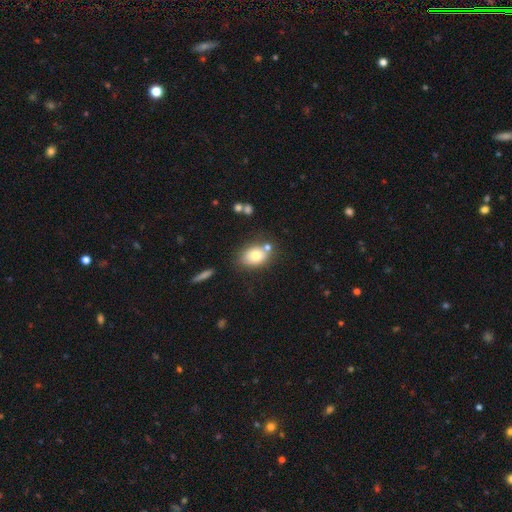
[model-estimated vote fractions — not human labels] Overall: smooth (76%). How rounded: in between (68%; round 30%). Merging: none (65%).